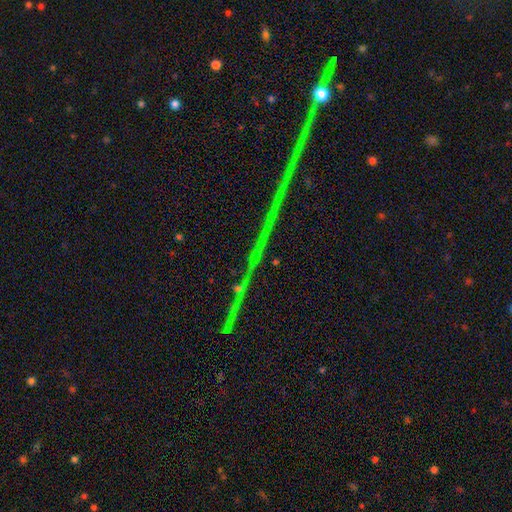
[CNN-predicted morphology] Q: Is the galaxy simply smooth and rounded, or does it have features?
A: star or artifact — 85%.